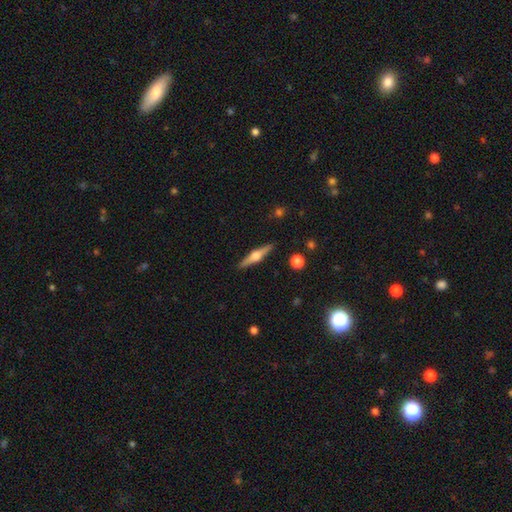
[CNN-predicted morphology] Smooth or featured: featured or disk — 71% (smooth — 23%)
Edge-on disk: yes — 98% (no — 2%)
Edge-on bulge: rounded — 93% (boxy — 5%)
Merging: none — 90% (minor disturbance — 7%)